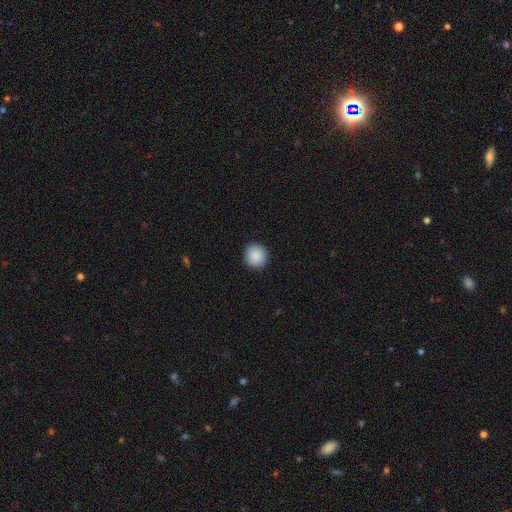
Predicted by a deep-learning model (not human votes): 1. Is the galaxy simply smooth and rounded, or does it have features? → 89% smooth, 8% star or artifact, 3% featured or disk.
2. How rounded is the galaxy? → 93% round, 6% in between, 1% cigar-shaped.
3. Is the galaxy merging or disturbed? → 92% none, 5% minor disturbance, 2% major disturbance, 1% merger.